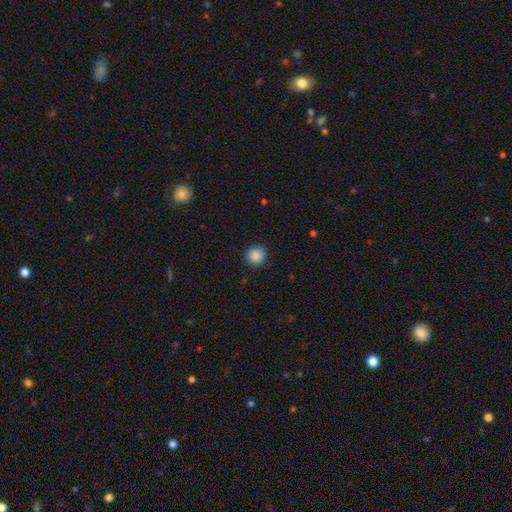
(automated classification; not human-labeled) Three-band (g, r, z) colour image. It shows a smooth galaxy with no disk features (88%) that is round (93%). Merging: none (89%).